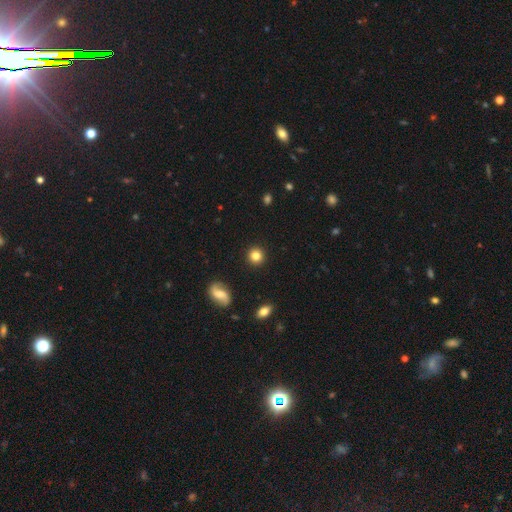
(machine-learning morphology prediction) Smooth or featured? Predicted: smooth (p=0.82). How rounded? Predicted: round (p=0.93). Merging? Predicted: none (p=0.91).